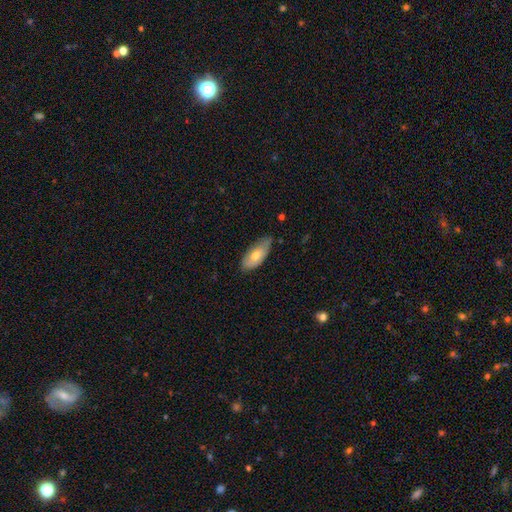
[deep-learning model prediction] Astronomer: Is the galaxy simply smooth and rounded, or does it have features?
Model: smooth — 67%.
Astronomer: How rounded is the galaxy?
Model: in between — 86%.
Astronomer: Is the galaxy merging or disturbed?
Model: none — 65%.